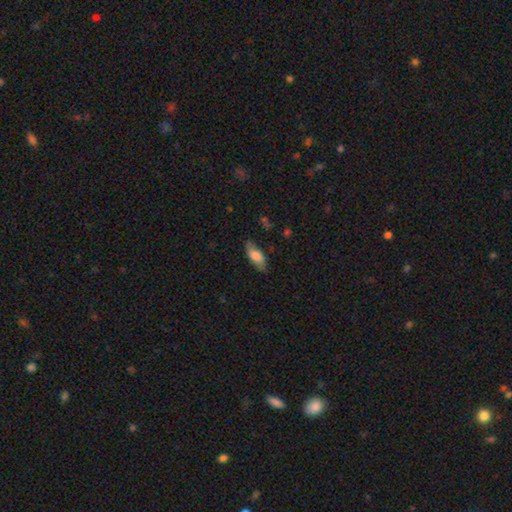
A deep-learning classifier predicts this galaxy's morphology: The model was most divided on "smooth or featured": smooth: 74%, featured or disk: 19%, star or artifact: 7%. More confident: how rounded — in between (78%); merging — none (74%).